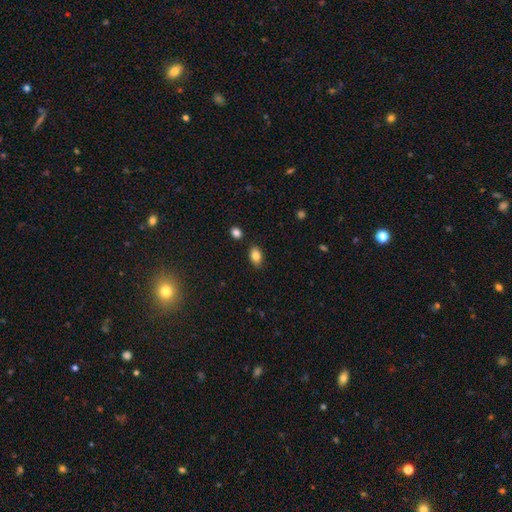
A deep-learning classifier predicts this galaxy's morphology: smooth 85%, star or artifact 9%, featured or disk 6%. Down the decision tree: how rounded — in between (86%); merging — none (85%).